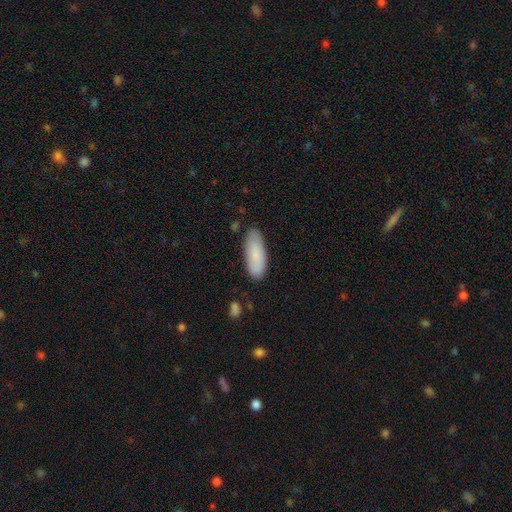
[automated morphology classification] A smooth galaxy with no disk features (85%) that is in between round and cigar-shaped (76%). Merging: none (83%).